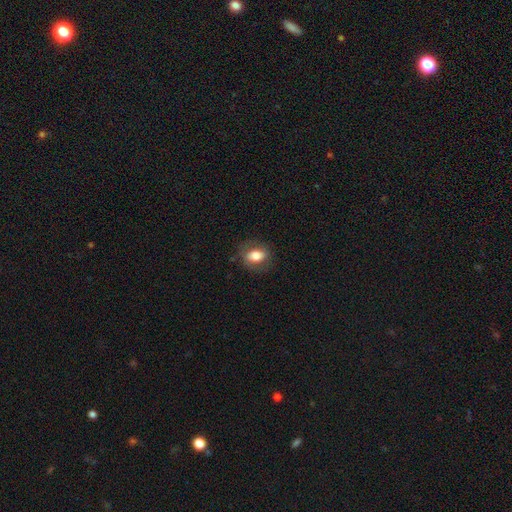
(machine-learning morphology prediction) Q: Smooth or featured?
A: smooth (68%); runner-up: featured or disk (24%)
Q: How rounded?
A: in between (71%); runner-up: round (27%)
Q: Merging?
A: none (74%); runner-up: minor disturbance (17%)